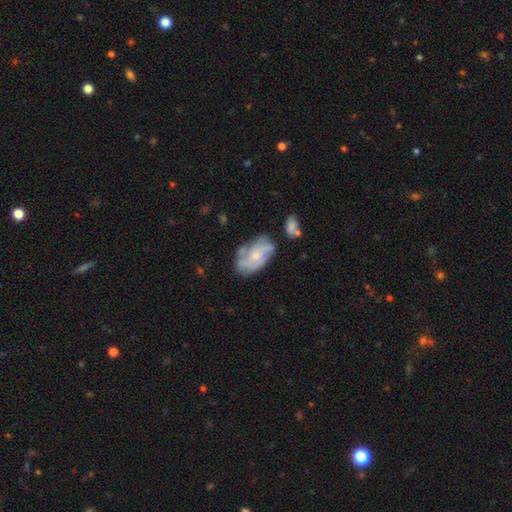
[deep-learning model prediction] A featured or disk galaxy (67%) with no bar (76%), medium (43%) spiral arms (80%) and a small central bulge (54%).

Vote fractions:
- Smooth or featured? featured or disk: 67% / smooth: 26% / star or artifact: 7%
- Edge-on disk? no: 97% / yes: 3%
- Bar? no: 76% / weak: 21% / strong: 3%
- Spiral arms? yes: 80% / no: 20%
- Spiral winding? medium: 43% / tight: 29% / loose: 28%
- Spiral arm count? can't tell: 31% / 3: 26% / 2: 20% / 4: 14% / more than 4: 4% / 1: 4%
- Bulge size? small: 54% / moderate: 32% / none: 10% / large: 3% / dominant: 1%
- Merging? none: 57% / minor disturbance: 25% / major disturbance: 11% / merger: 8%